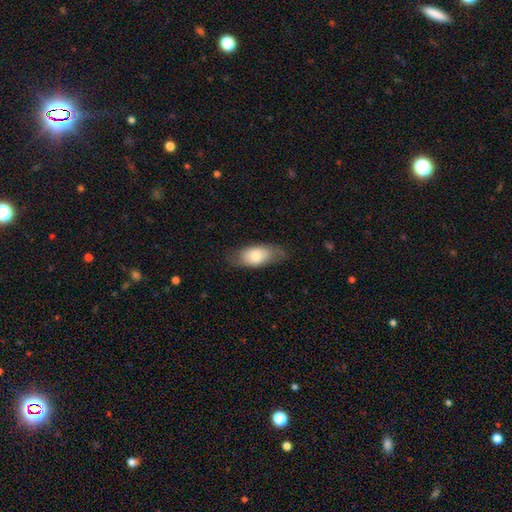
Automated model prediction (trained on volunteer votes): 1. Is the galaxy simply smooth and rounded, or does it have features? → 69% smooth, 24% featured or disk, 6% star or artifact.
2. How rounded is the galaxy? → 88% in between, 6% cigar-shaped, 6% round.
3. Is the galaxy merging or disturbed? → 70% none, 21% minor disturbance, 7% major disturbance, 1% merger.